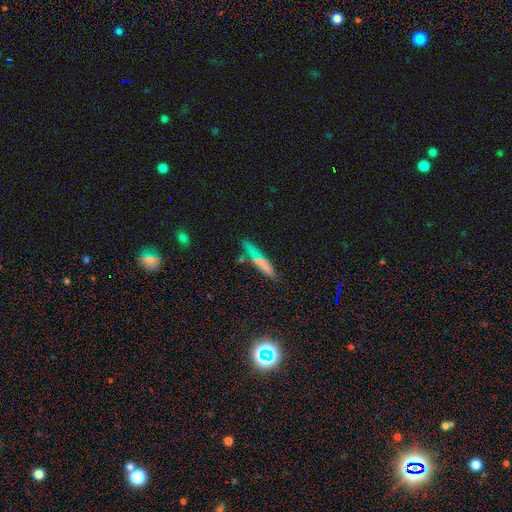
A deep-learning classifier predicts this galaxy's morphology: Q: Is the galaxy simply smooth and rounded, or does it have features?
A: smooth — 61%.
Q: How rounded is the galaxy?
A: cigar-shaped — 84%.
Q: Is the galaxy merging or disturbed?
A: none — 79%.